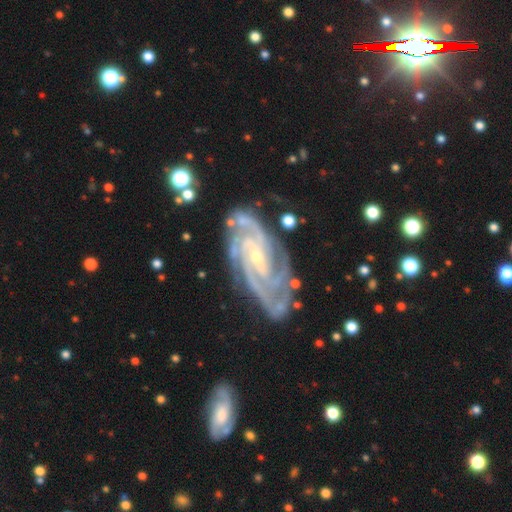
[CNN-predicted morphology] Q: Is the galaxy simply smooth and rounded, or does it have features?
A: featured or disk — 92%.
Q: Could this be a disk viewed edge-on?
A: no — 96%.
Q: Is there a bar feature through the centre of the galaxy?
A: no — 46%.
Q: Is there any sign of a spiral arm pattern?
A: yes — 99%.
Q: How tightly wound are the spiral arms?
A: tight — 67%.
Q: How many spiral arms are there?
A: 4 — 31%.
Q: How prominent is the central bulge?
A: small — 77%.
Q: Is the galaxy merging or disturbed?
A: none — 74%.